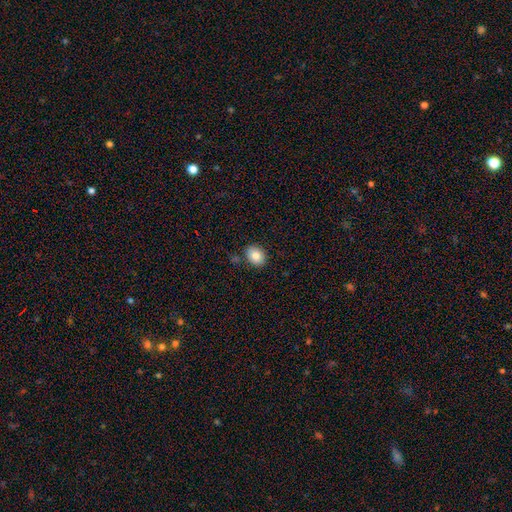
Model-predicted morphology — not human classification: Q: Smooth or featured?
A: smooth (83%); runner-up: star or artifact (9%)
Q: How rounded?
A: in between (53%); runner-up: round (46%)
Q: Merging?
A: none (85%); runner-up: minor disturbance (9%)